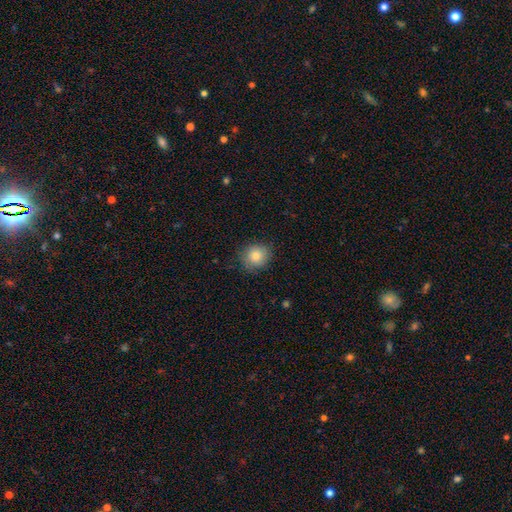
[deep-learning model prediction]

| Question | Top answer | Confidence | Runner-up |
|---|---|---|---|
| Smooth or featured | smooth | 81% | featured or disk (10%) |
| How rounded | round | 82% | in between (17%) |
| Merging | none | 81% | minor disturbance (15%) |